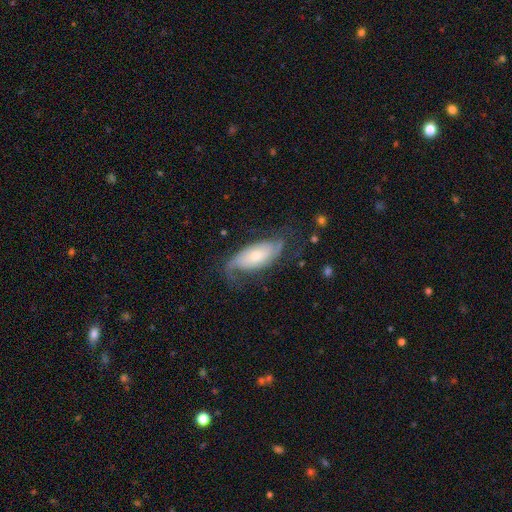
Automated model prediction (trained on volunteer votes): Morphology: type=featured or disk (69%); edge-on=no (90%); bar=no (65%); spiral arms=yes (91%); winding=medium (37%, tied with loose); arm count=2 (72%); bulge=small (46%); merging=none (60%).